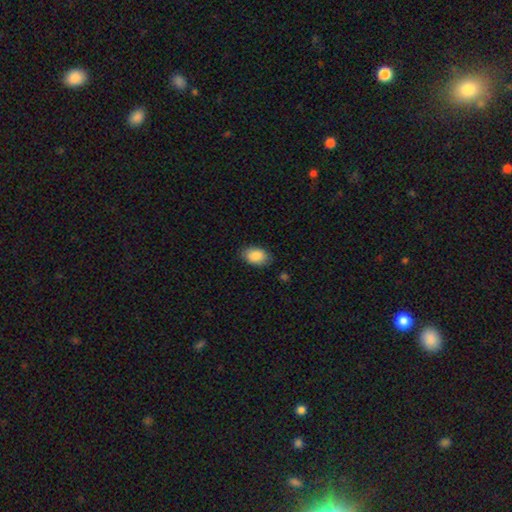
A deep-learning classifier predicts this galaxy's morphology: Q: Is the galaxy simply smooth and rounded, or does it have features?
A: smooth — 88%.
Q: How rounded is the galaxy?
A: in between — 90%.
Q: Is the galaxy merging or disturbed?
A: none — 84%.